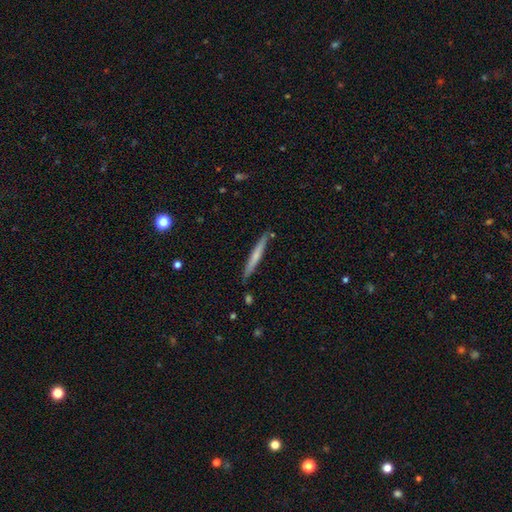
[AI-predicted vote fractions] Smooth or featured?
  - smooth: 56% *
  - featured or disk: 39%
  - star or artifact: 5%
How rounded?
  - cigar-shaped: 96% *
  - in between: 2%
  - round: 1%
Merging?
  - none: 88% *
  - minor disturbance: 9%
  - merger: 2%
  - major disturbance: 1%